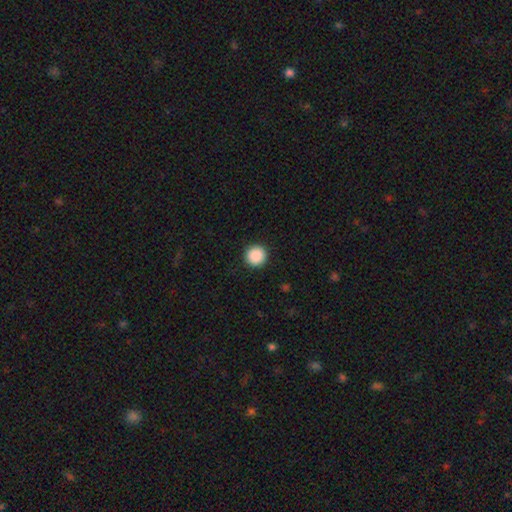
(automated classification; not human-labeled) A smooth galaxy with no disk features (89%) that is round (96%).

Vote fractions:
- Smooth or featured? smooth: 89% / star or artifact: 8% / featured or disk: 2%
- How rounded? round: 96% / in between: 3% / cigar-shaped: 1%
- Merging? none: 93% / minor disturbance: 5% / major disturbance: 2% / merger: 1%